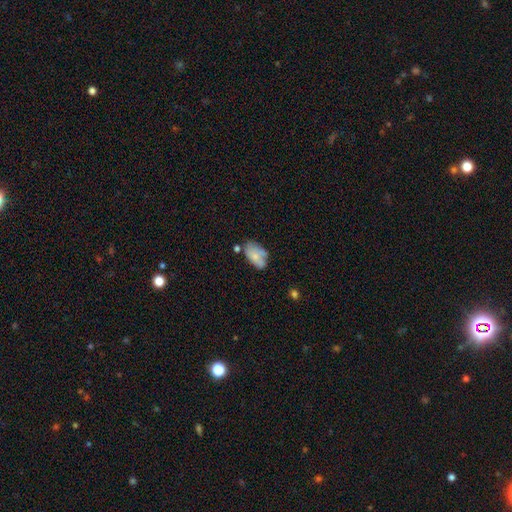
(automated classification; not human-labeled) A smooth galaxy with no disk features (69%) that is in between round and cigar-shaped (92%). Merging: none (43%).